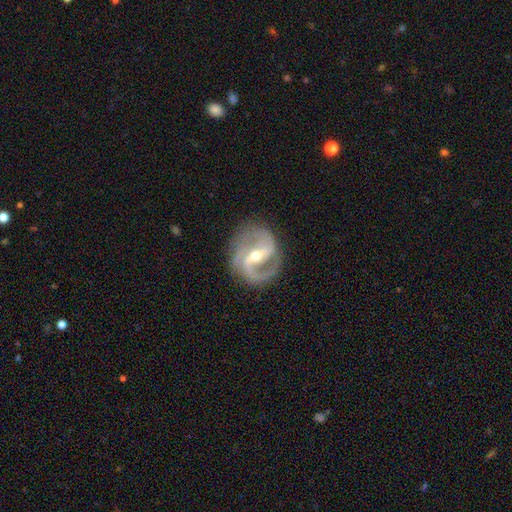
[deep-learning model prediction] A featured or disk galaxy (91%) with a strong bar (49%), 2 (86%) medium (56%) spiral arms (97%) and a moderate central bulge (52%). Merging: none (80%).